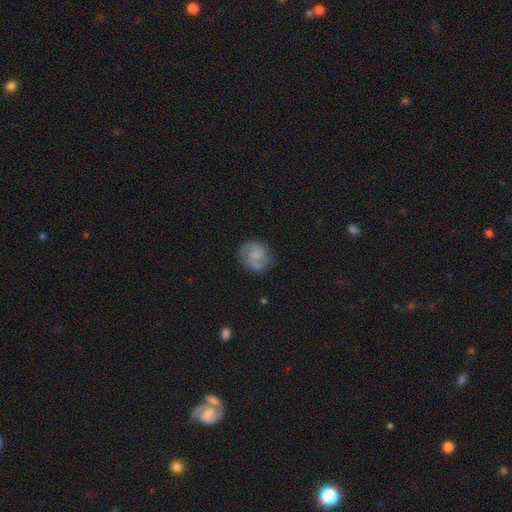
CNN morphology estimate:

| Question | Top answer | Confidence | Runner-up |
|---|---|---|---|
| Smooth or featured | smooth | 47% | featured or disk (44%) |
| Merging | none | 70% | minor disturbance (19%) |